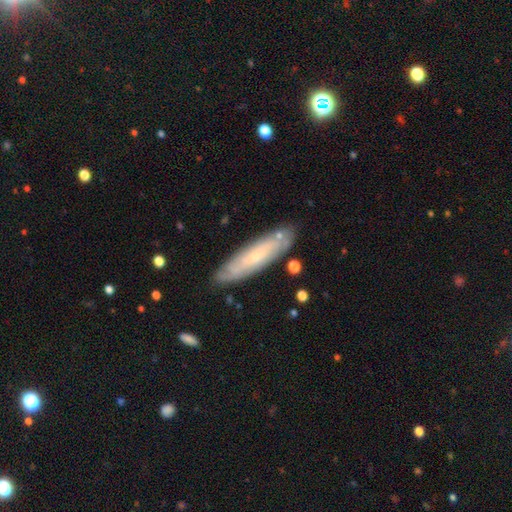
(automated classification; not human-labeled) Smooth or featured?
  - smooth: 47% *
  - featured or disk: 46%
  - star or artifact: 7%
Merging?
  - none: 82% *
  - minor disturbance: 13%
  - merger: 3%
  - major disturbance: 2%